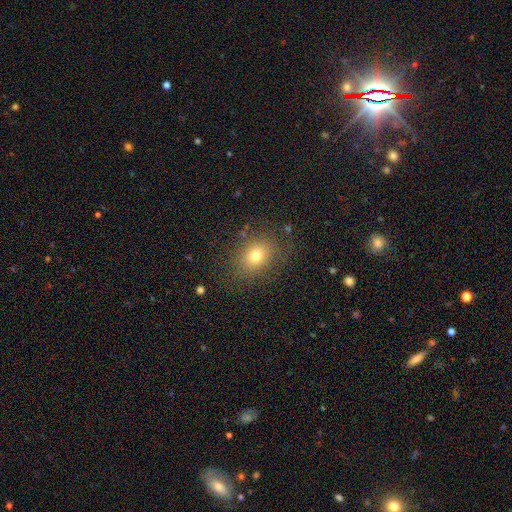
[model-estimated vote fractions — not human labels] smooth 75%, star or artifact 14%, featured or disk 12%. Down the decision tree: how rounded — in between (53%); merging — none (82%).